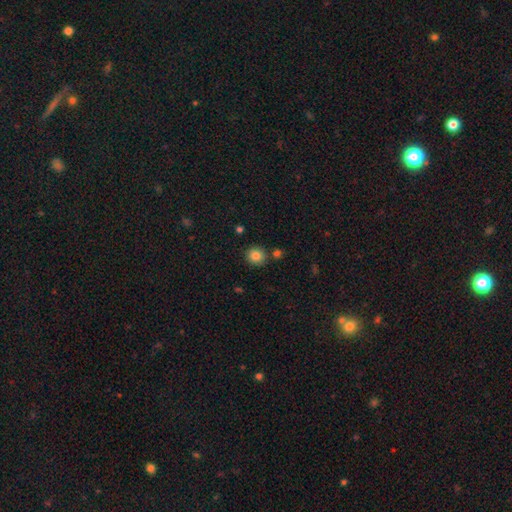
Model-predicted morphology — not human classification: Q: Smooth or featured?
A: smooth (84%); runner-up: star or artifact (10%)
Q: How rounded?
A: round (90%); runner-up: in between (9%)
Q: Merging?
A: none (84%); runner-up: minor disturbance (8%)